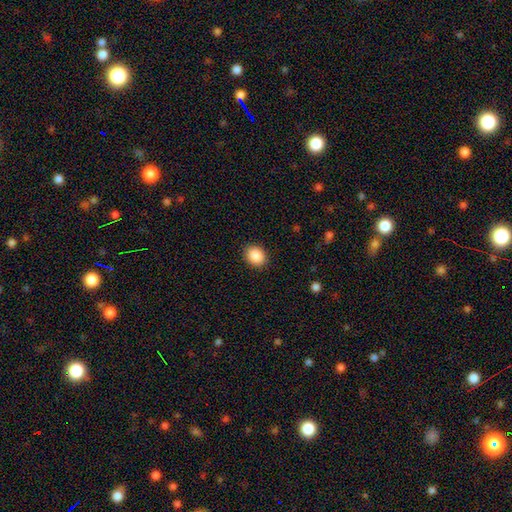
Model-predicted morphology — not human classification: Overall: smooth (89%). How rounded: round (51%; in between 48%). Merging: none (90%).